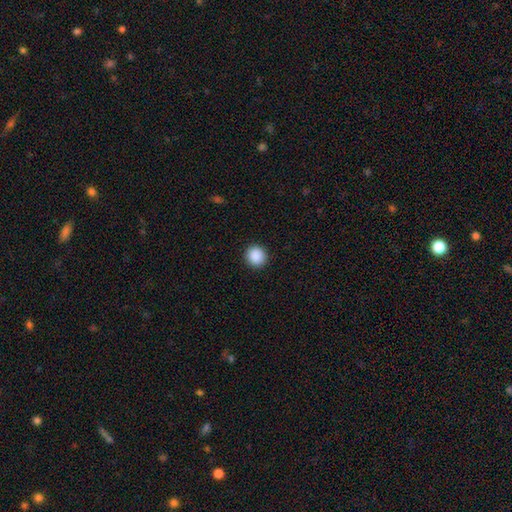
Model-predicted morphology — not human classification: type=smooth (90%); roundness=round (92%); merging=none (92%).